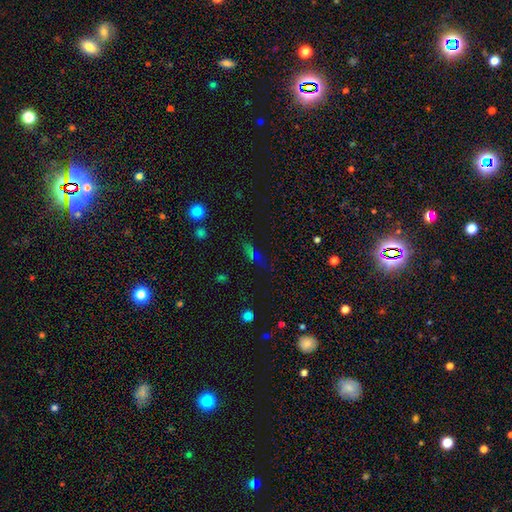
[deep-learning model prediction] Smooth or featured: smooth — 50% (star or artifact — 38%)
How rounded: in between — 56% (cigar-shaped — 33%)
Merging: none — 67% (minor disturbance — 18%)